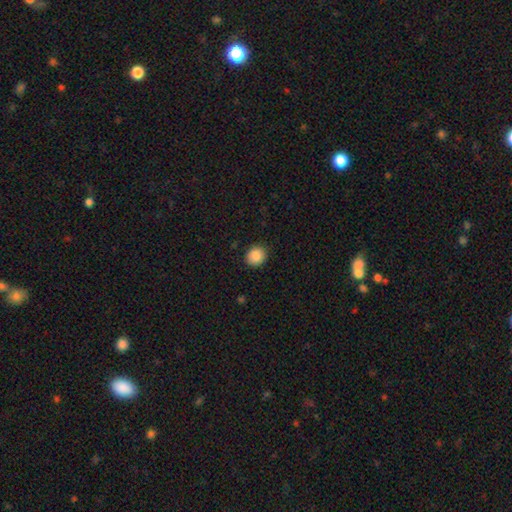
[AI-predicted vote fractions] This is clearly a smooth galaxy (88%). How rounded: likely round (80%). Merging: clearly none (89%).